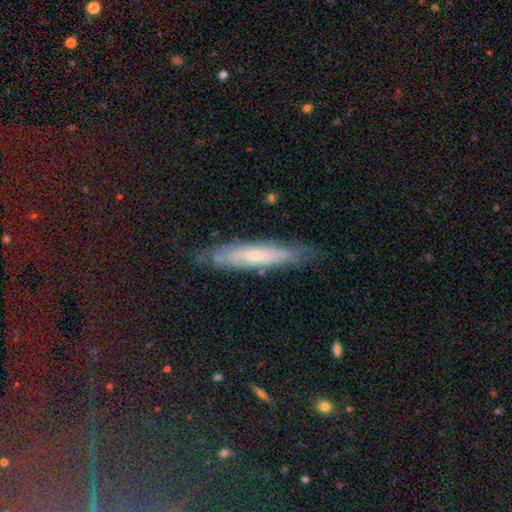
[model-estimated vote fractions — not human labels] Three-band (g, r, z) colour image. It shows a featured or disk galaxy (51%) viewed edge-on (62%). Merging: none (74%).